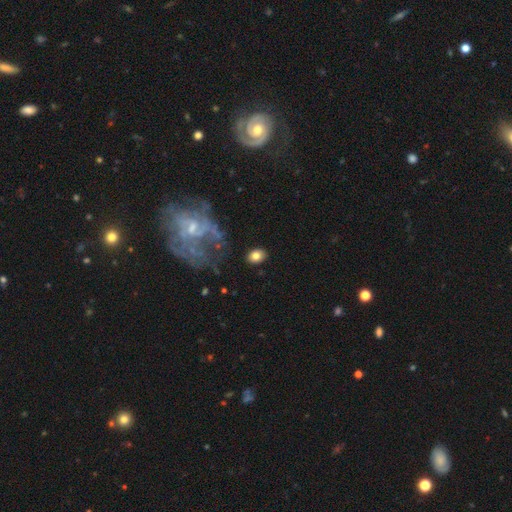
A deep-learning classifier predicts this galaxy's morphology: This appears to be a smooth galaxy with no disk features (78%) that is in between round and cigar-shaped (64%). Merging: none (85%).